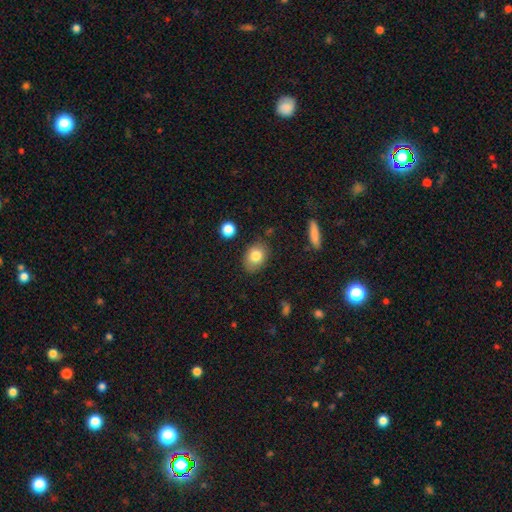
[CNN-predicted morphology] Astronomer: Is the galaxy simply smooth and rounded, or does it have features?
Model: smooth — 80%.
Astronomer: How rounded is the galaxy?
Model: in between — 74%.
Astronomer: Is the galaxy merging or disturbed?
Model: none — 82%.